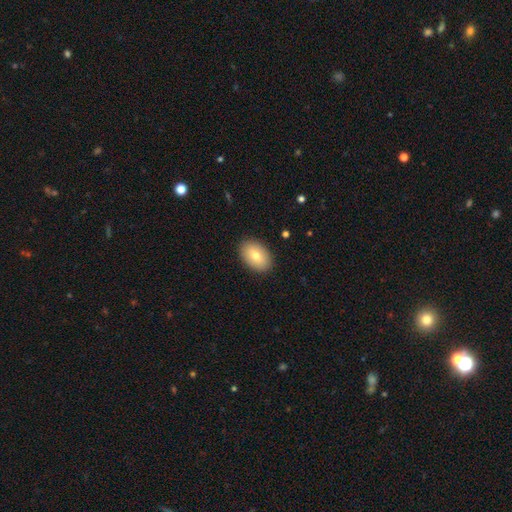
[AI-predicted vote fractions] A smooth galaxy with no disk features (78%) that is in between round and cigar-shaped (89%).

Vote fractions:
- Smooth or featured? smooth: 78% / featured or disk: 15% / star or artifact: 7%
- How rounded? in between: 89% / round: 10% / cigar-shaped: 1%
- Merging? none: 89% / minor disturbance: 8% / major disturbance: 2% / merger: 1%